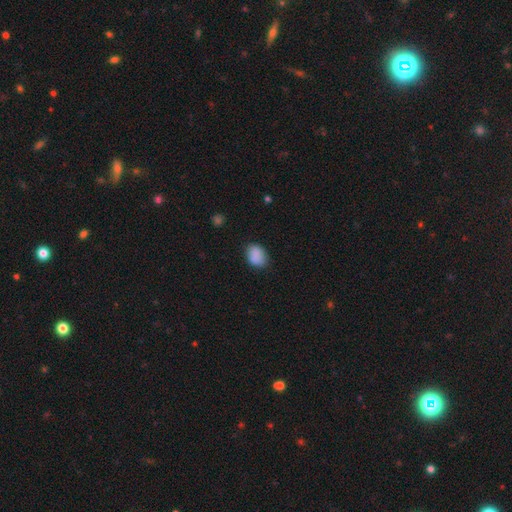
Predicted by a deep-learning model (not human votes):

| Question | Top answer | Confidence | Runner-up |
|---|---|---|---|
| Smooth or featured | smooth | 86% | star or artifact (9%) |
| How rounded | in between | 70% | round (29%) |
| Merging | none | 75% | minor disturbance (19%) |